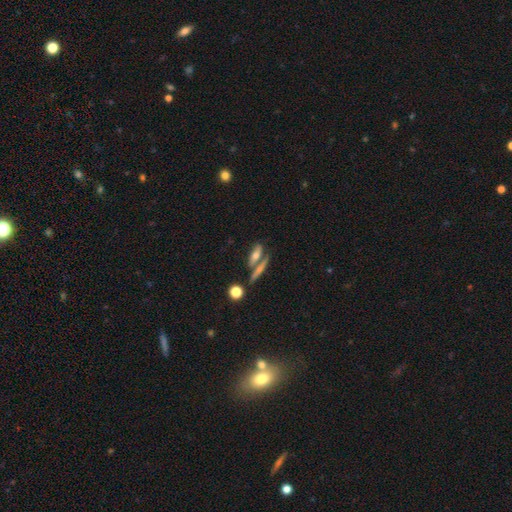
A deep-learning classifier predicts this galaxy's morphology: Smooth or featured: smooth — 47% (featured or disk — 41%)
Merging: none — 56% (merger — 28%)